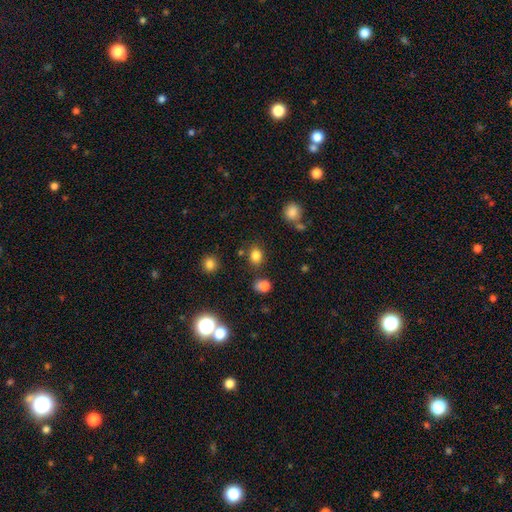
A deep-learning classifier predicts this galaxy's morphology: Smooth or featured? smooth (81%)
How rounded? round (53%)
Merging? none (80%)